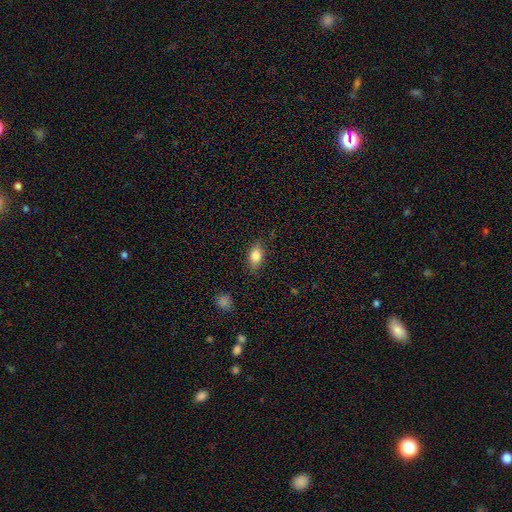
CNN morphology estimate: Overall: smooth (82%). How rounded: in between (86%). Merging: none (82%).